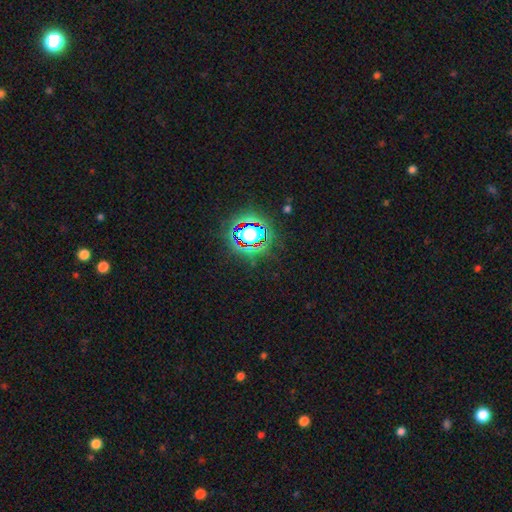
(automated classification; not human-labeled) smooth-or-featured: star or artifact: 83% | smooth: 10% | featured or disk: 7%